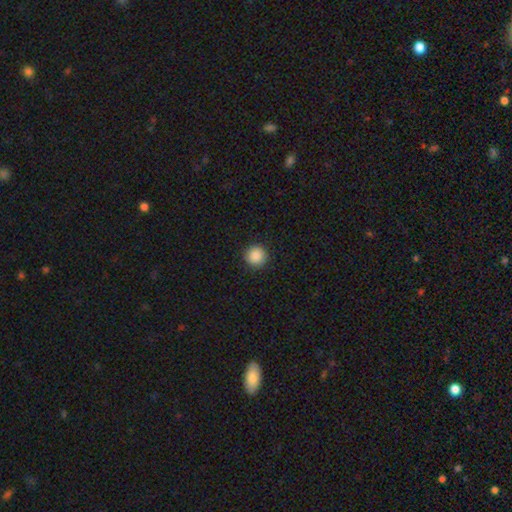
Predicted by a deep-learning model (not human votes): This is clearly a smooth galaxy (88%). How rounded: clearly round (96%). Merging: clearly none (92%).